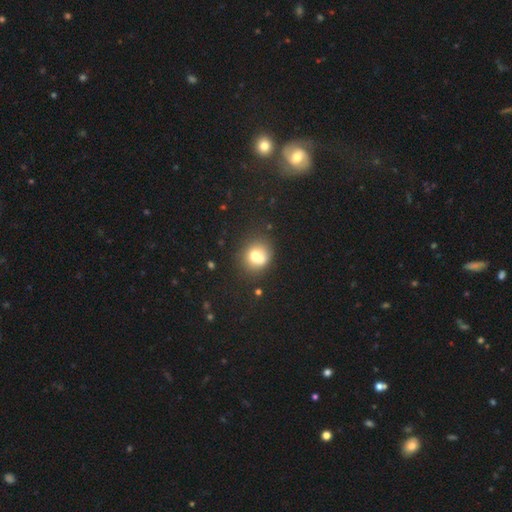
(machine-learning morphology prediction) Smooth or featured? smooth (67%)
How rounded? round (79%)
Merging? none (47%)